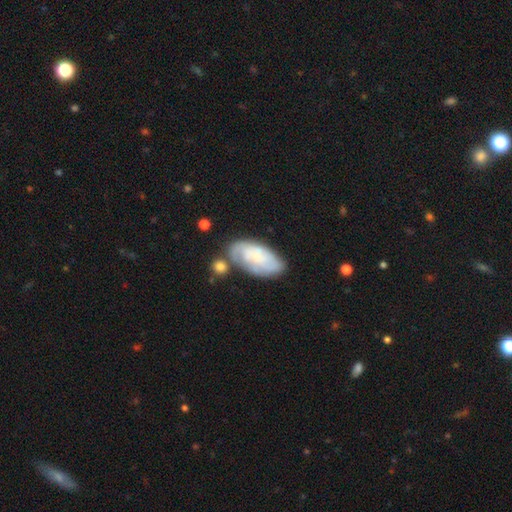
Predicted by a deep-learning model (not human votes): This is possibly a smooth galaxy (46%, tied with featured or disk). Merging: possibly none (55%).